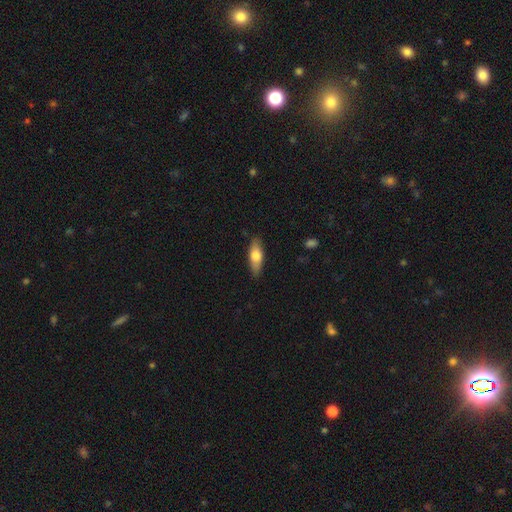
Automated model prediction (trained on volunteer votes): A smooth galaxy with no disk features (68%) that is in between round and cigar-shaped (62%).

Vote fractions:
- Smooth or featured? smooth: 68% / featured or disk: 26% / star or artifact: 6%
- How rounded? in between: 62% / cigar-shaped: 36% / round: 3%
- Merging? none: 87% / minor disturbance: 10% / major disturbance: 2% / merger: 1%